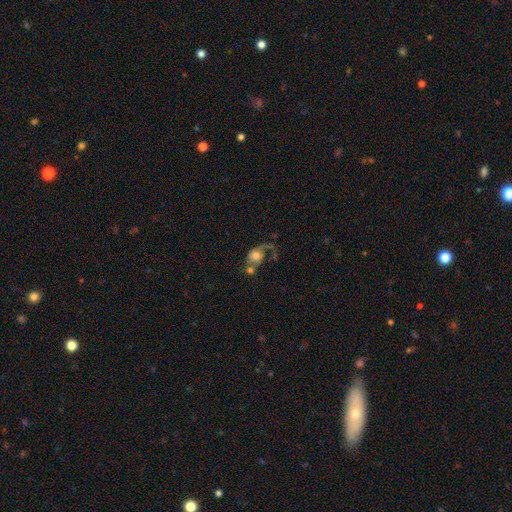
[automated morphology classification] This is possibly a featured or disk galaxy (52%). It is clearly not viewed edge-on (96%). Bar: likely no (77%). Spiral arm pattern: likely yes (76%). Central bulge: marginally moderate (37%). Merging: marginally merger (39%).